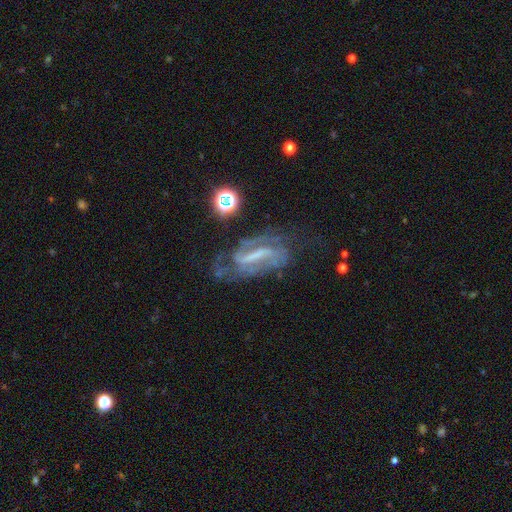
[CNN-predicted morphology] featured or disk 81%, star or artifact 10%, smooth 9%. Down the decision tree: edge-on disk — no (90%); bar — strong (60%); spiral arms — yes (90%); spiral arm count — 2 (69%); spiral winding — medium (47%); bulge size — none (43%); merging — none (58%).